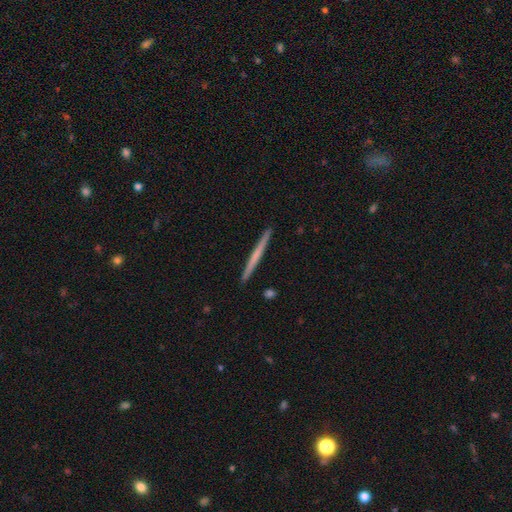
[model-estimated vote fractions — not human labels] This is possibly a smooth galaxy (48%). Merging: clearly none (93%).